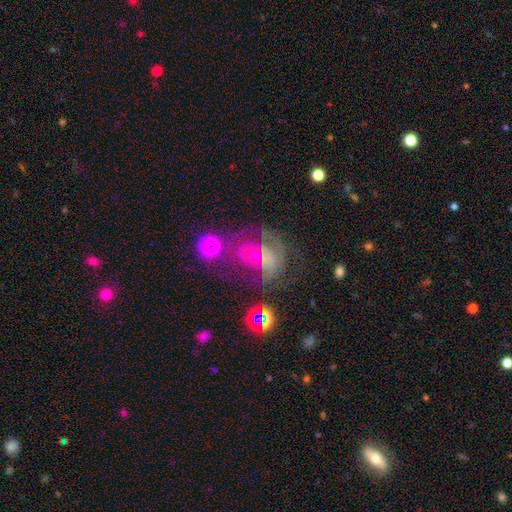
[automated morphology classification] smooth_or_featured: featured or disk (p=0.60) [alt: star or artifact p=0.22]
disk_edge_on: no (p=0.97) [alt: yes p=0.03]
bar: no (p=0.65) [alt: weak p=0.26]
has_spiral_arms: yes (p=0.66) [alt: no p=0.34]
bulge_size: small (p=0.58) [alt: moderate p=0.21]
merging: none (p=0.39) [alt: major disturbance p=0.26]